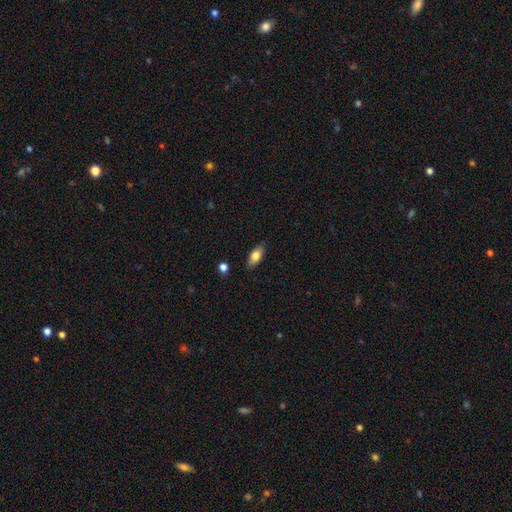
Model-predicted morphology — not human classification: smooth_or_featured: smooth (p=0.75) [alt: featured or disk p=0.17]
how_rounded: in between (p=0.84) [alt: cigar-shaped p=0.12]
merging: none (p=0.84) [alt: minor disturbance p=0.12]